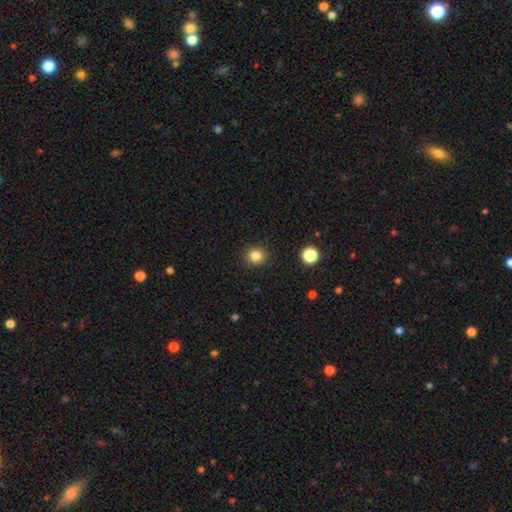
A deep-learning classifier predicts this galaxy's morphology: smooth-or-featured: smooth: 84% | star or artifact: 12% | featured or disk: 5%
  how-rounded: round: 86% | in between: 13% | cigar-shaped: 1%
  merging: none: 91% | minor disturbance: 6% | major disturbance: 2% | merger: 1%